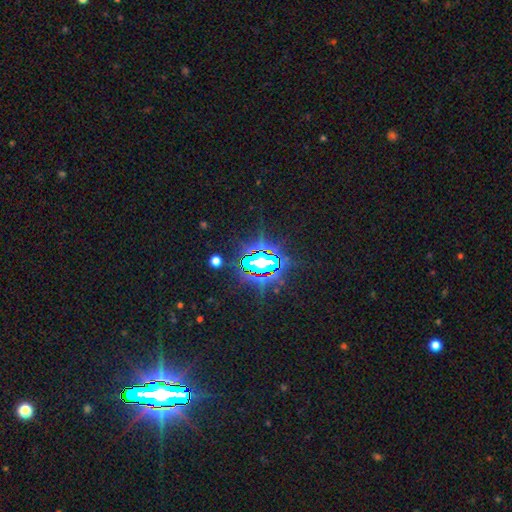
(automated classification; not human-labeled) Smooth or featured?
  - star or artifact: 77% *
  - smooth: 13%
  - featured or disk: 11%